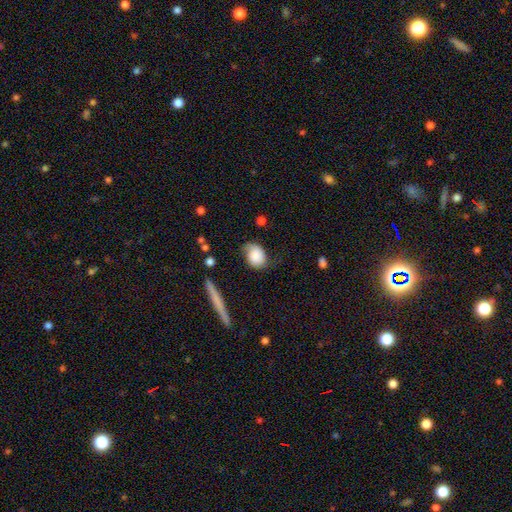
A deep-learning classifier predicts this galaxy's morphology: Q: Smooth or featured?
A: smooth (72%); runner-up: featured or disk (20%)
Q: How rounded?
A: in between (55%); runner-up: round (43%)
Q: Merging?
A: none (56%); runner-up: minor disturbance (30%)